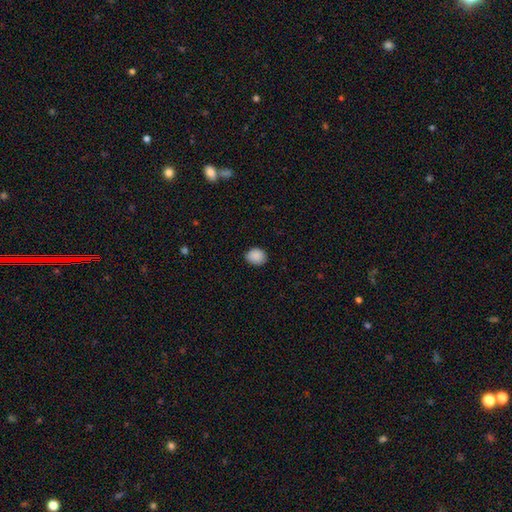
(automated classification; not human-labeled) This appears to be a smooth galaxy with no disk features (89%) that is round (59%). Merging: none (84%).